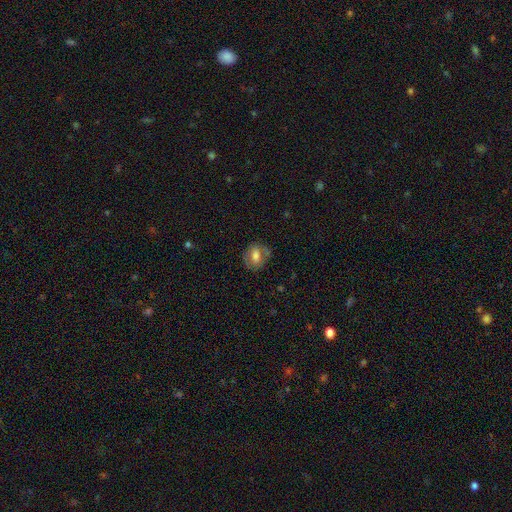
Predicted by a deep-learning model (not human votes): Q: Smooth or featured?
A: smooth (57%); runner-up: featured or disk (35%)
Q: How rounded?
A: in between (58%); runner-up: round (40%)
Q: Merging?
A: none (72%); runner-up: minor disturbance (18%)